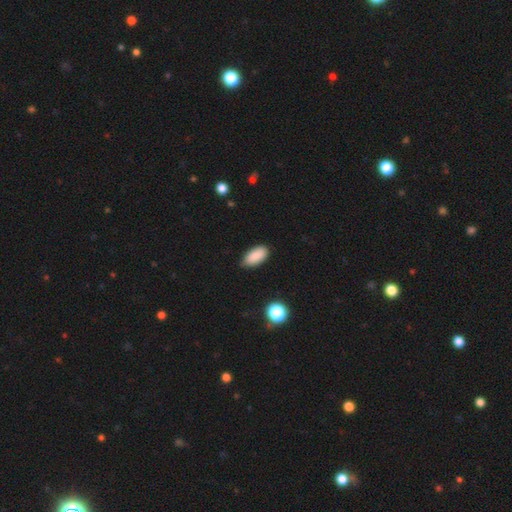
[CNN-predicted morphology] The model was most divided on "merging": none: 80%, minor disturbance: 16%, major disturbance: 2%, merger: 1%. More confident: how rounded — in between (93%); smooth or featured — smooth (88%).